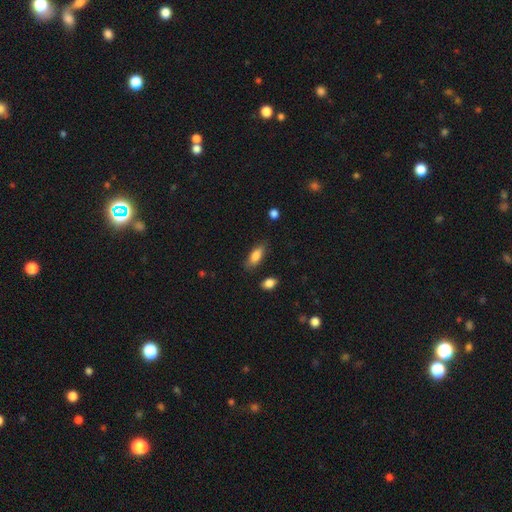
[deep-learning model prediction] smooth 82%, featured or disk 11%, star or artifact 7%. Down the decision tree: how rounded — in between (76%); merging — none (79%).